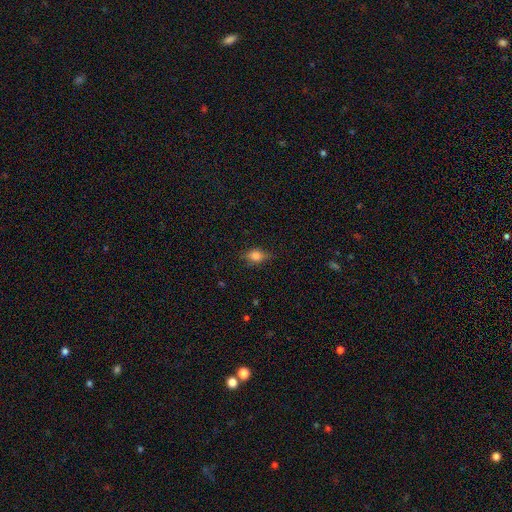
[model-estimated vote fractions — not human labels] This is likely a smooth galaxy (69%). How rounded: likely in between (62%). Merging: likely none (71%).